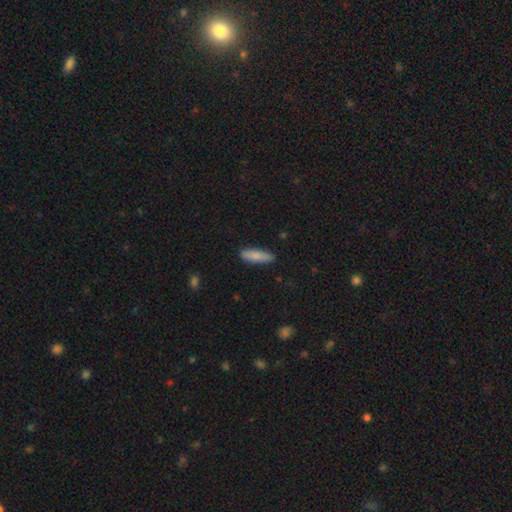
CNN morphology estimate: Smooth or featured? smooth (84%)
How rounded? cigar-shaped (61%)
Merging? none (85%)